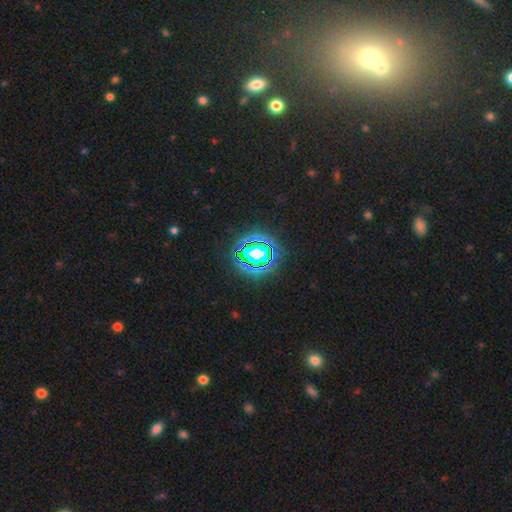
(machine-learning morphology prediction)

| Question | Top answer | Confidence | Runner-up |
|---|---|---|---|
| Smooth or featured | star or artifact | 74% | smooth (17%) |